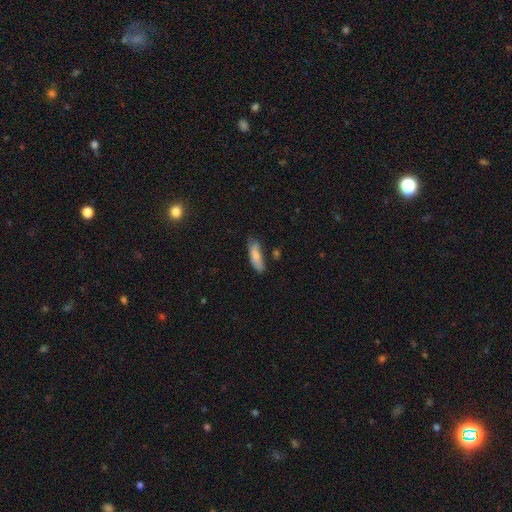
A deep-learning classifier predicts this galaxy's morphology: This appears to be a smooth galaxy with no disk features (77%) that is in between round and cigar-shaped (49%, tied with cigar-shaped). Merging: none (61%).